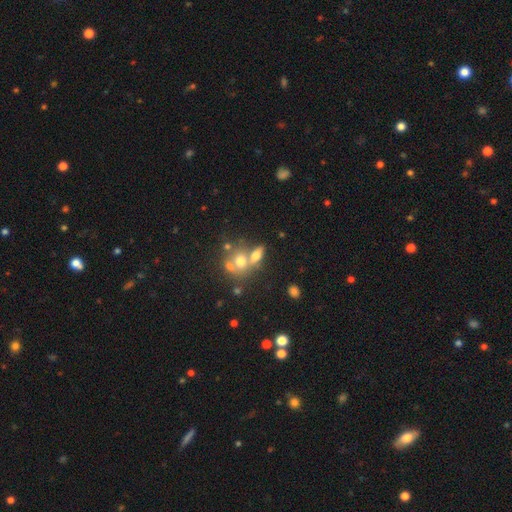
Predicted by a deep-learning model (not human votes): Smooth or featured: smooth — 62% (featured or disk — 25%)
How rounded: in between — 61% (round — 32%)
Merging: merger — 50% (none — 34%)